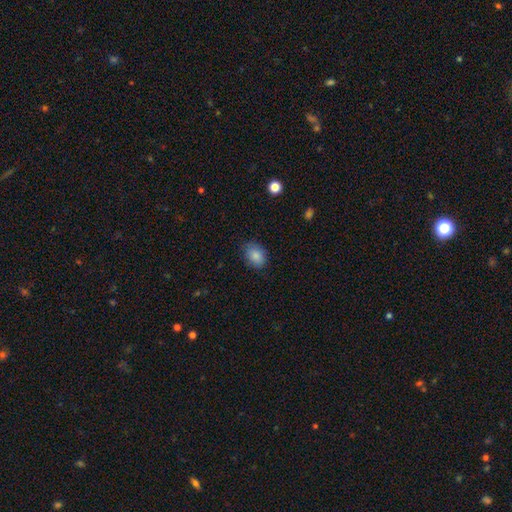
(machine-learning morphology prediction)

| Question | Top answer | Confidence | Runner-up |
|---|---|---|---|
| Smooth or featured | smooth | 86% | star or artifact (8%) |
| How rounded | in between | 70% | round (29%) |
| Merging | none | 78% | minor disturbance (17%) |